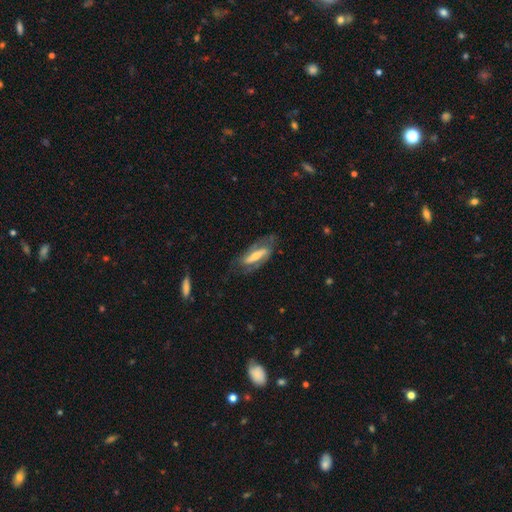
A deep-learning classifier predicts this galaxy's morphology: Smooth or featured?
  - featured or disk: 71% *
  - smooth: 23%
  - star or artifact: 6%
Edge-on disk?
  - no: 81% *
  - yes: 19%
Bar?
  - strong: 59% *
  - weak: 25%
  - no: 15%
Spiral arms?
  - yes: 83% *
  - no: 17%
Bulge size?
  - moderate: 49% *
  - small: 37%
  - large: 9%
  - none: 4%
  - dominant: 2%
Merging?
  - none: 68% *
  - minor disturbance: 20%
  - major disturbance: 11%
  - merger: 2%